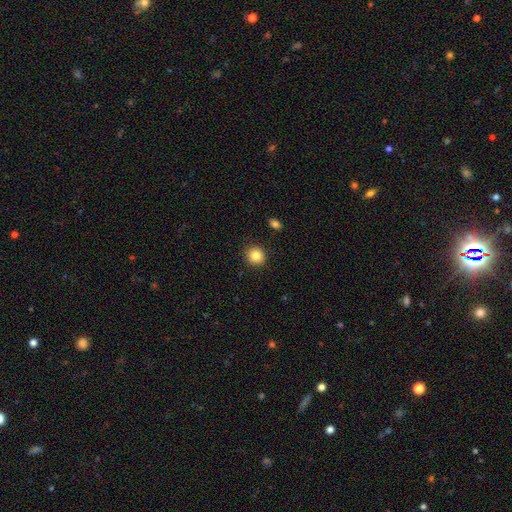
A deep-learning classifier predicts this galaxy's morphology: smooth_or_featured: smooth (p=0.84) [alt: star or artifact p=0.10]
how_rounded: round (p=0.89) [alt: in between p=0.10]
merging: none (p=0.91) [alt: minor disturbance p=0.06]